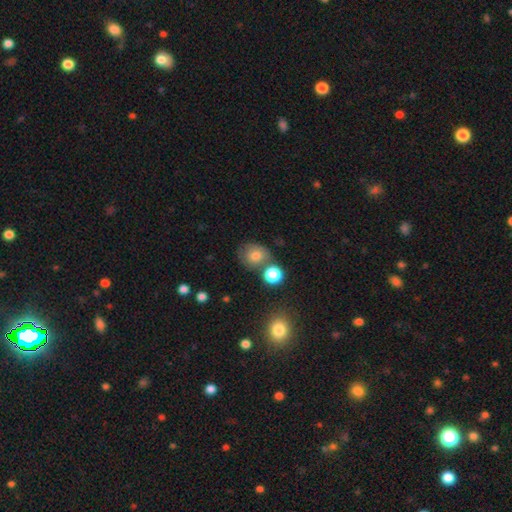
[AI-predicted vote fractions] This is likely a smooth galaxy (77%). How rounded: likely round (70%). Merging: likely none (63%).